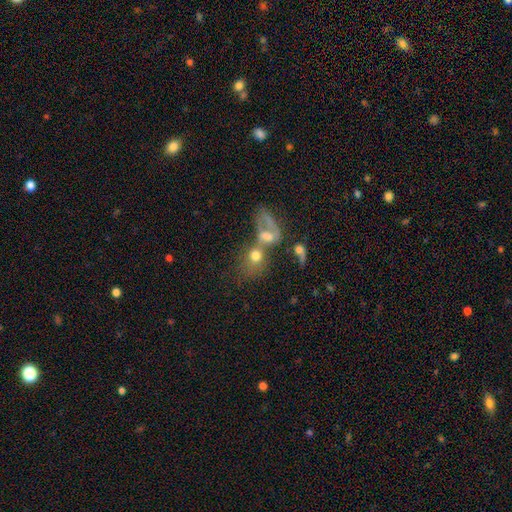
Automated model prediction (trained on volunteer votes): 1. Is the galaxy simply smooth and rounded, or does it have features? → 61% smooth, 25% featured or disk, 14% star or artifact.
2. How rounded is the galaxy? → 49% in between (tied), 49% round (tied), 3% cigar-shaped.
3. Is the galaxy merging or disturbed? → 61% merger, 18% none, 14% major disturbance, 8% minor disturbance.